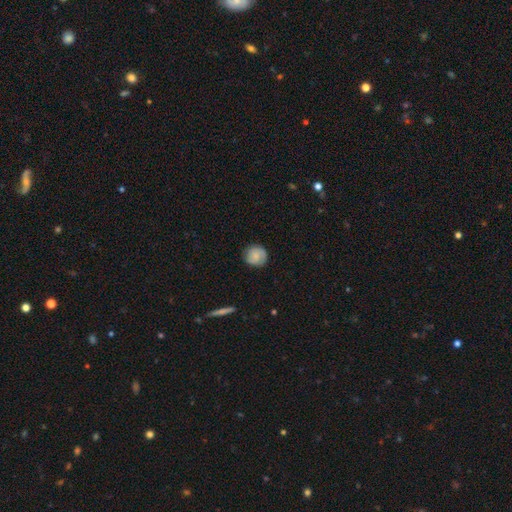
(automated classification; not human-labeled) Q: Smooth or featured?
A: smooth (60%); runner-up: featured or disk (33%)
Q: How rounded?
A: round (90%); runner-up: in between (9%)
Q: Merging?
A: none (84%); runner-up: minor disturbance (12%)